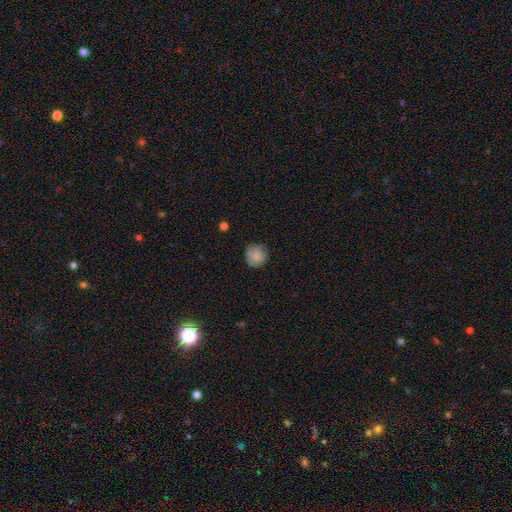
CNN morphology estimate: smooth_or_featured: smooth (p=0.80) [alt: featured or disk p=0.12]
how_rounded: round (p=0.88) [alt: in between p=0.11]
merging: none (p=0.75) [alt: minor disturbance p=0.19]